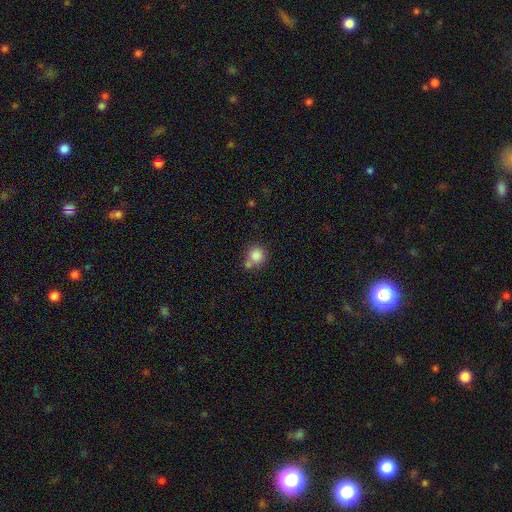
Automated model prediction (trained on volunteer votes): Morphology: type=smooth (83%); roundness=round (90%); merging=none (56%).